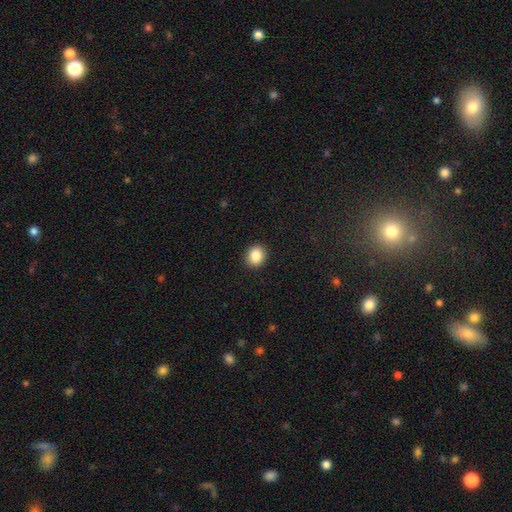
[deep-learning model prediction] This is clearly a smooth galaxy (87%). How rounded: likely round (71%). Merging: clearly none (91%).